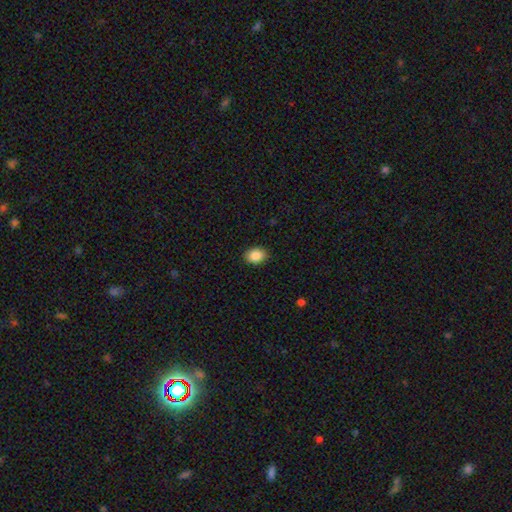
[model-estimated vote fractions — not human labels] Morphology: type=smooth (87%); roundness=in between (67%); merging=none (89%).